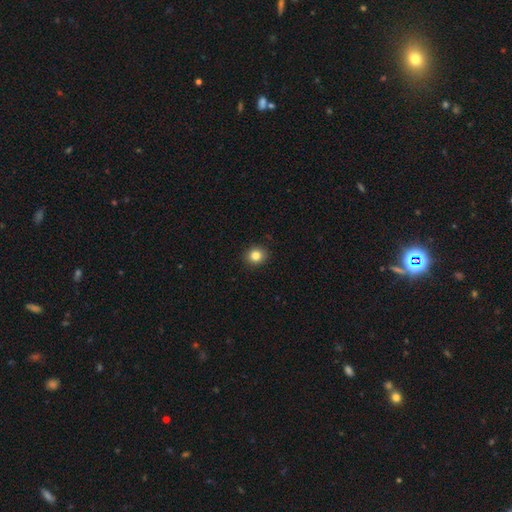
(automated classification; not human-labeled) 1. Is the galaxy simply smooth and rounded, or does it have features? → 83% smooth, 11% star or artifact, 6% featured or disk.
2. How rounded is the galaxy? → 82% round, 17% in between, 1% cigar-shaped.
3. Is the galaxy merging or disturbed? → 92% none, 6% minor disturbance, 2% major disturbance, 1% merger.